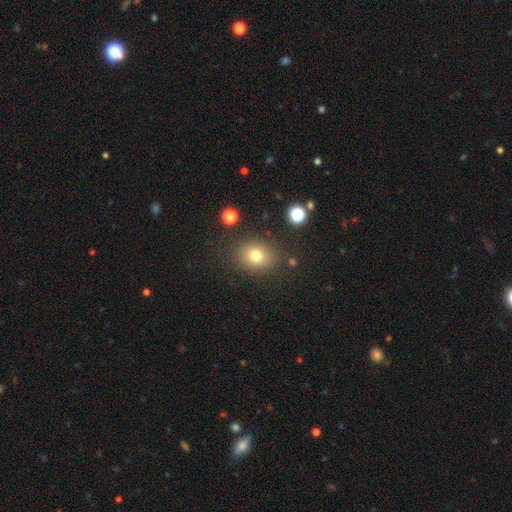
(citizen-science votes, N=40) This appears to be a smooth galaxy with no disk features (88%) that is round (77%). Merging: none (72%).